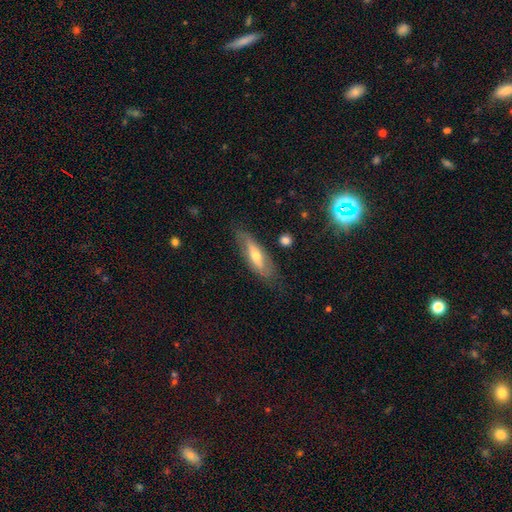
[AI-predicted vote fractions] A featured or disk galaxy (48%).

Vote fractions:
- Smooth or featured? featured or disk: 48% / smooth: 45% / star or artifact: 6%
- Merging? none: 70% / minor disturbance: 21% / major disturbance: 7% / merger: 2%